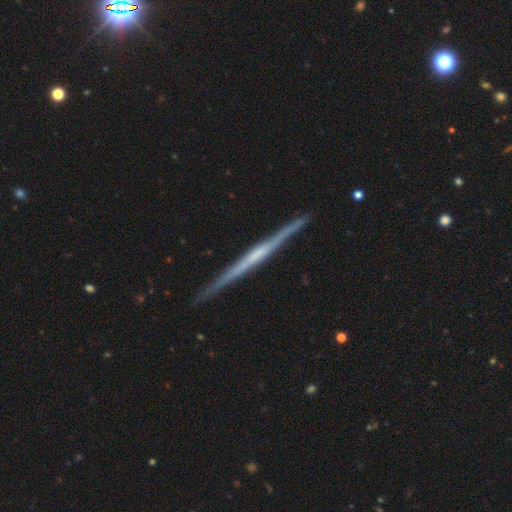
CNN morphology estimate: Smooth or featured? Predicted: featured or disk (p=0.79). Edge-on disk? Predicted: yes (p=0.98). Edge-on bulge? Predicted: none (p=0.56). Merging? Predicted: none (p=0.92).